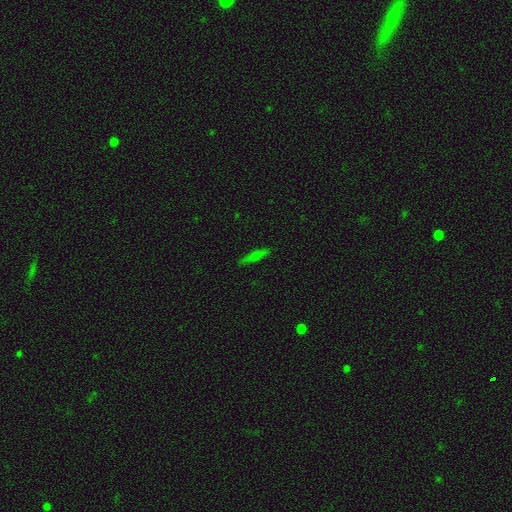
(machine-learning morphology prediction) The model was most divided on "smooth or featured": smooth: 45%, featured or disk: 42%, star or artifact: 13%. More confident: merging — none (88%).